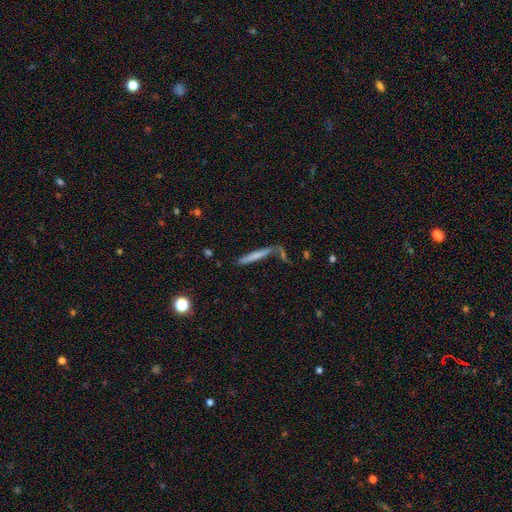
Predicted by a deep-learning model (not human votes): Morphology: type=smooth (64%); roundness=cigar-shaped (95%); merging=none (71%).